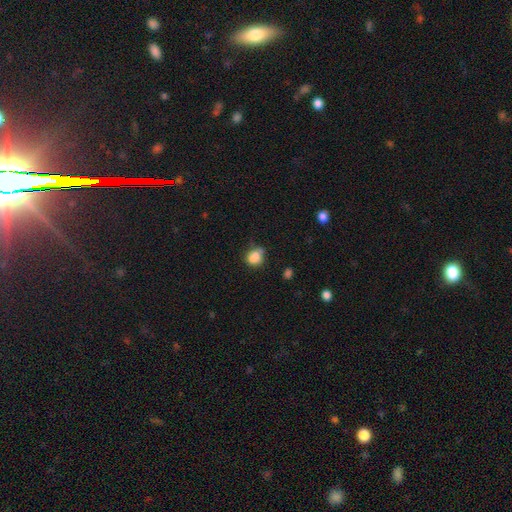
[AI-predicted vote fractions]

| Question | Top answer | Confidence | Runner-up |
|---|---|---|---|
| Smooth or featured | smooth | 81% | star or artifact (10%) |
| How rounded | round | 62% | in between (37%) |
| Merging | none | 51% | minor disturbance (29%) |